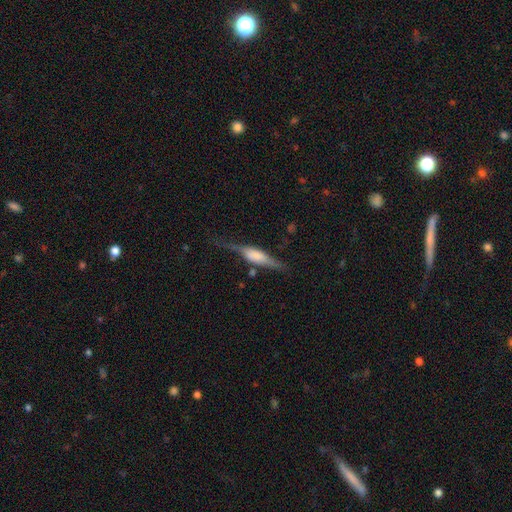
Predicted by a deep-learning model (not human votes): Q: Smooth or featured?
A: featured or disk (59%); runner-up: smooth (34%)
Q: Edge-on disk?
A: yes (92%); runner-up: no (8%)
Q: Edge-on bulge?
A: boxy (47%); runner-up: rounded (44%)
Q: Merging?
A: none (57%); runner-up: minor disturbance (25%)